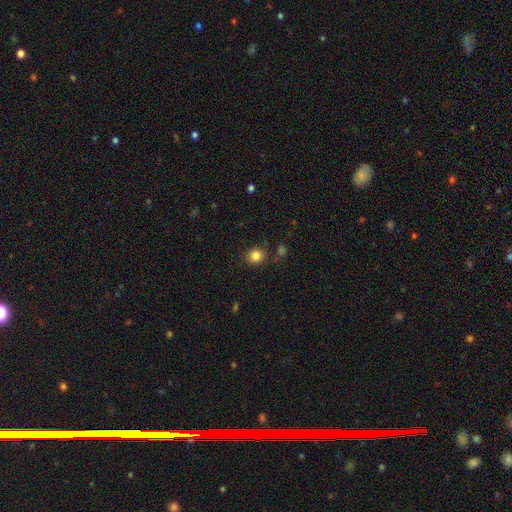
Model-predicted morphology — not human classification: Smooth or featured? smooth (84%)
How rounded? round (84%)
Merging? none (84%)